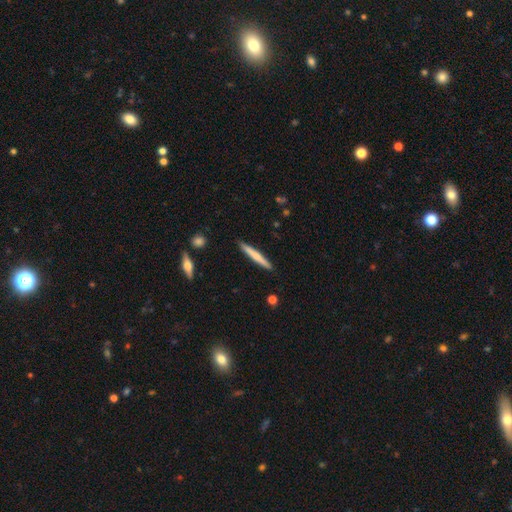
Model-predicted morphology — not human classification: A smooth galaxy with no disk features (60%) that is cigar-shaped (96%).

Vote fractions:
- Smooth or featured? smooth: 60% / featured or disk: 35% / star or artifact: 5%
- How rounded? cigar-shaped: 96% / in between: 3% / round: 1%
- Merging? none: 90% / minor disturbance: 7% / merger: 1% / major disturbance: 1%